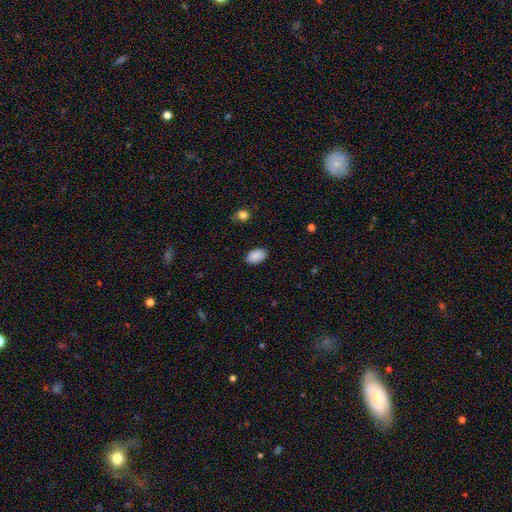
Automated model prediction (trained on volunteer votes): A smooth galaxy with no disk features (90%) that is in between round and cigar-shaped (91%).

Vote fractions:
- Smooth or featured? smooth: 90% / star or artifact: 7% / featured or disk: 3%
- How rounded? in between: 91% / round: 8% / cigar-shaped: 1%
- Merging? none: 87% / minor disturbance: 9% / major disturbance: 2% / merger: 1%